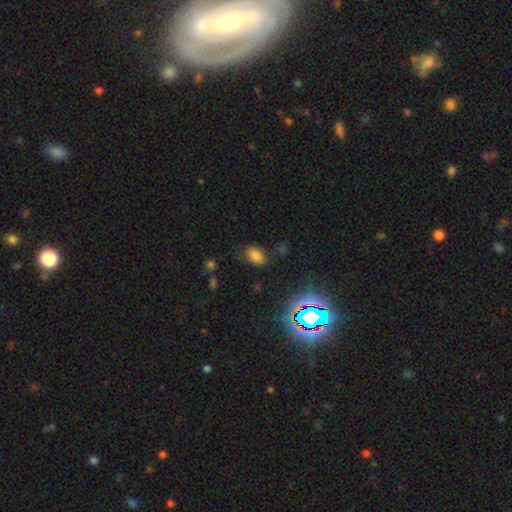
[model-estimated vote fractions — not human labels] A smooth galaxy with no disk features (72%) that is in between round and cigar-shaped (86%).

Vote fractions:
- Smooth or featured? smooth: 72% / star or artifact: 20% / featured or disk: 8%
- How rounded? in between: 86% / round: 12% / cigar-shaped: 2%
- Merging? none: 73% / minor disturbance: 18% / major disturbance: 6% / merger: 3%